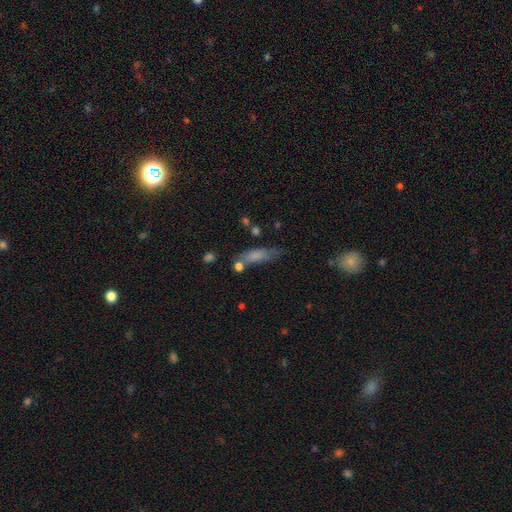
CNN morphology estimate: type=smooth (73%); roundness=cigar-shaped (56%); merging=none (53%).